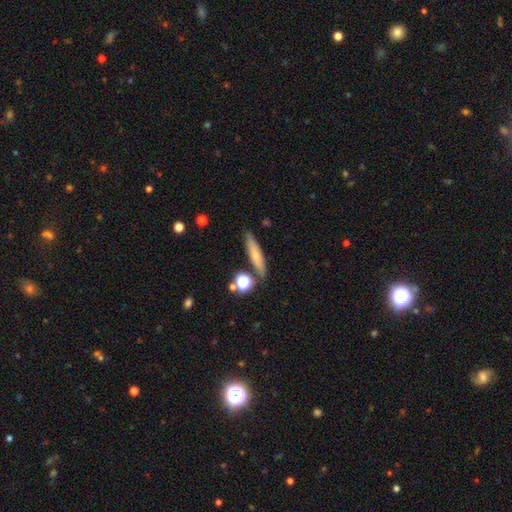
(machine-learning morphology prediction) type=smooth (64%); roundness=cigar-shaped (79%); merging=none (79%).